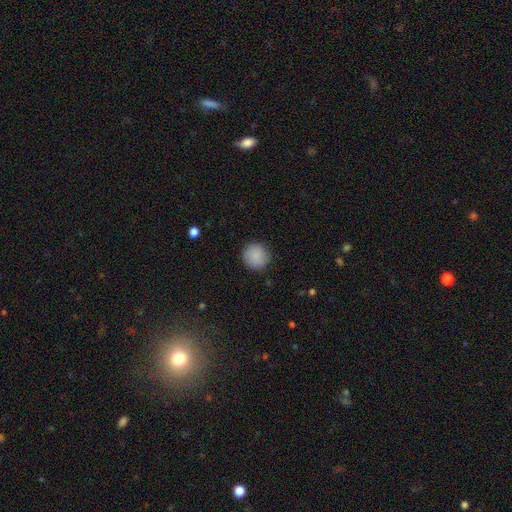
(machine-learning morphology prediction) type=smooth (88%); roundness=round (94%); merging=none (89%).